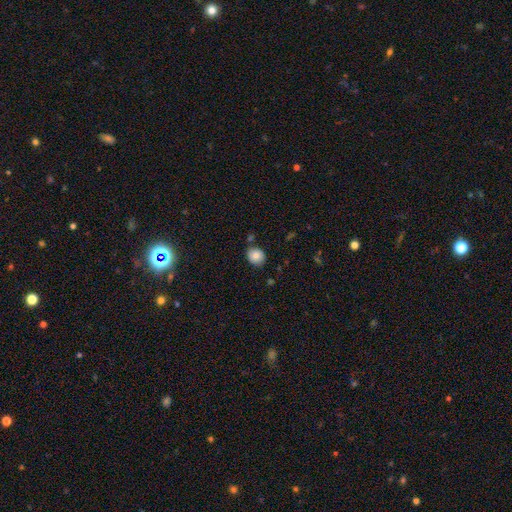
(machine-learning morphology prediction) A smooth galaxy with no disk features (85%) that is round (74%).

Vote fractions:
- Smooth or featured? smooth: 85% / star or artifact: 9% / featured or disk: 6%
- How rounded? round: 74% / in between: 25% / cigar-shaped: 1%
- Merging? none: 78% / minor disturbance: 14% / merger: 6% / major disturbance: 3%